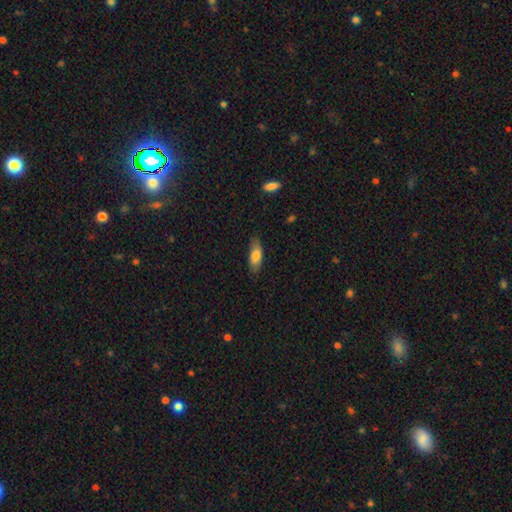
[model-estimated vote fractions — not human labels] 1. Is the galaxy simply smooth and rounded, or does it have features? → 77% smooth, 17% featured or disk, 6% star or artifact.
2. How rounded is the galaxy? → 70% in between, 28% cigar-shaped, 2% round.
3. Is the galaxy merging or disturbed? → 77% none, 18% minor disturbance, 4% major disturbance, 1% merger.